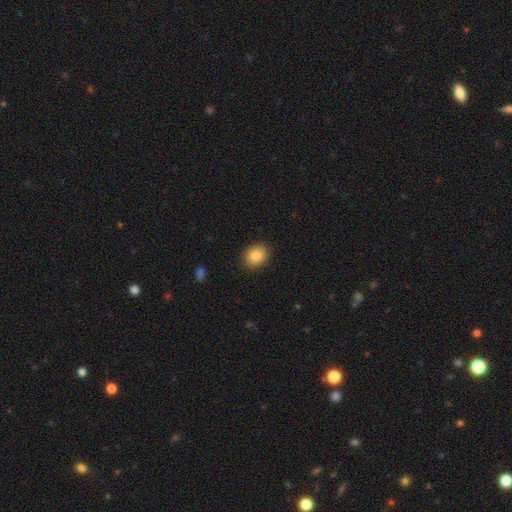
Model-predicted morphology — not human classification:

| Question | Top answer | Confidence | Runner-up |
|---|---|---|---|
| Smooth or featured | smooth | 86% | star or artifact (8%) |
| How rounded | in between | 57% | round (42%) |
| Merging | none | 88% | minor disturbance (9%) |